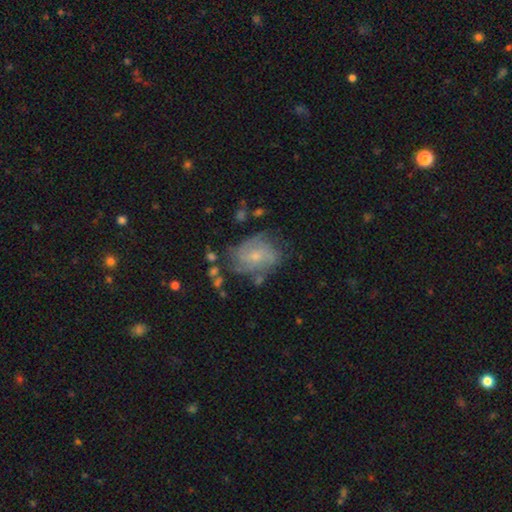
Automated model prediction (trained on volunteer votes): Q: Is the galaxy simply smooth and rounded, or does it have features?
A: featured or disk — 70%.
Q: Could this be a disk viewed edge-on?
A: no — 98%.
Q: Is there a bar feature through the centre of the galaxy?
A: no — 65%.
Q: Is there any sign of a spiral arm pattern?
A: yes — 86%.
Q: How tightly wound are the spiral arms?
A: tight — 46%.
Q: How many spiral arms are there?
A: can't tell — 38%.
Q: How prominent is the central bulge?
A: small — 63%.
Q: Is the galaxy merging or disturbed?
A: none — 61%.